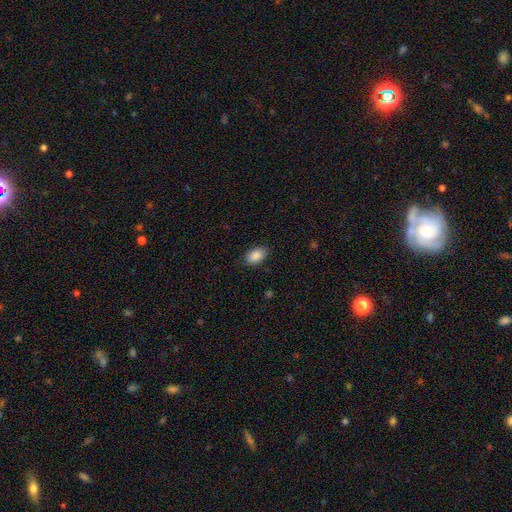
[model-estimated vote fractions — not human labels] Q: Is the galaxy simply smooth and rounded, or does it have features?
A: smooth — 89%.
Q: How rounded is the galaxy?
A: in between — 91%.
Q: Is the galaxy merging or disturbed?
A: none — 87%.